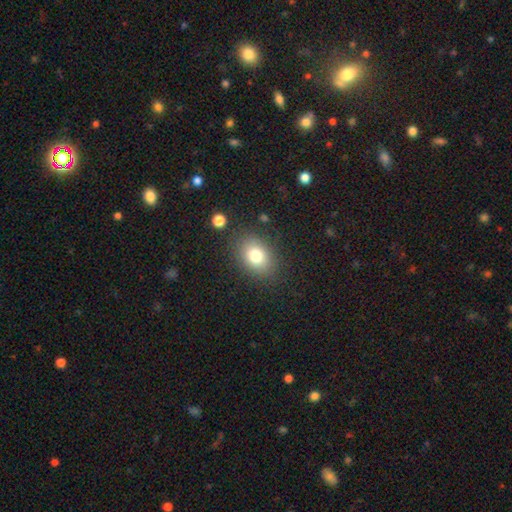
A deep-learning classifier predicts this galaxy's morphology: smooth_or_featured: smooth (p=0.79) [alt: star or artifact p=0.11]
how_rounded: in between (p=0.66) [alt: round p=0.33]
merging: none (p=0.83) [alt: minor disturbance p=0.11]